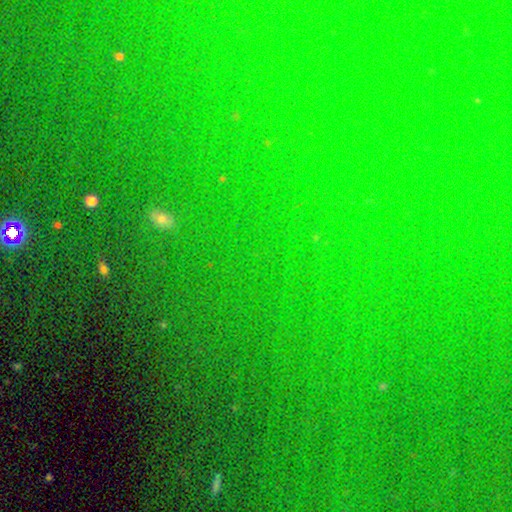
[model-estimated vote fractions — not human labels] The model was most divided on "smooth or featured": star or artifact: 78%, smooth: 14%, featured or disk: 8%.